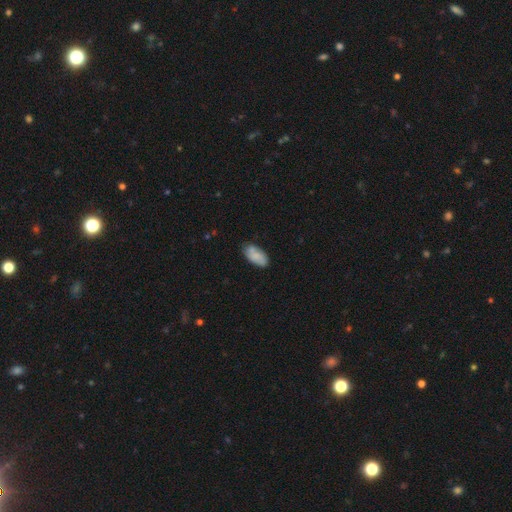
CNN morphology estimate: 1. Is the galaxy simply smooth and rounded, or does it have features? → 76% smooth, 17% featured or disk, 7% star or artifact.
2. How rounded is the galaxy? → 92% in between, 5% cigar-shaped, 2% round.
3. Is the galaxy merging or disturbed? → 73% none, 20% minor disturbance, 4% major disturbance, 3% merger.